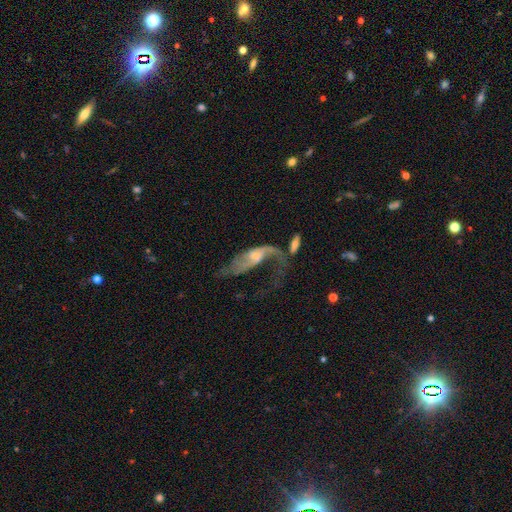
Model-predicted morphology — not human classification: Overall: featured or disk (73%). Edge-on disk: no (89%). Bar: no (57%; weak 34%). Spiral arms: yes (77%). Spiral arm count: 2 (58%; 1 28%). Spiral winding: loose (83%). Bulge size: small (43%; moderate 33%). Merging: major disturbance (47%; none 22%).